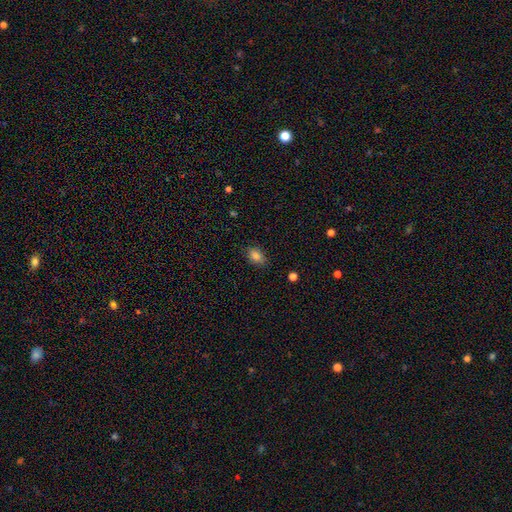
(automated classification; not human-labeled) Q: Smooth or featured?
A: smooth (83%); runner-up: star or artifact (10%)
Q: How rounded?
A: in between (78%); runner-up: round (20%)
Q: Merging?
A: none (82%); runner-up: minor disturbance (14%)